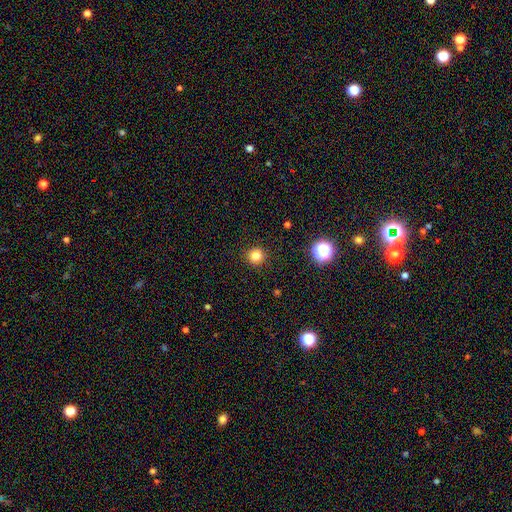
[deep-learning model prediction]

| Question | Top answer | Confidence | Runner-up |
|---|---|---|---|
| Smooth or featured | smooth | 81% | star or artifact (14%) |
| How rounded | round | 95% | in between (4%) |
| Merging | none | 92% | minor disturbance (5%) |